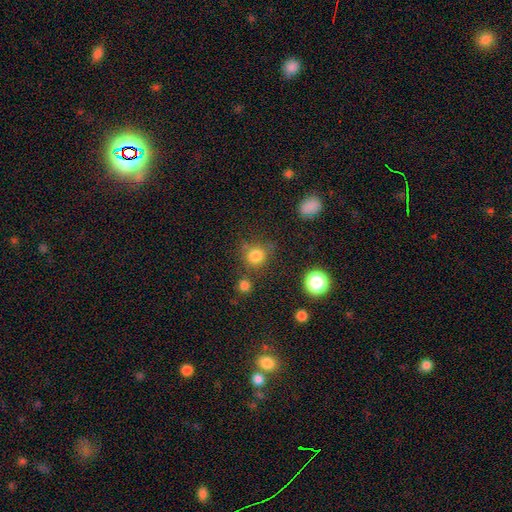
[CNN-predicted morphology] A smooth galaxy with no disk features (80%) that is round (87%). Merging: none (71%).